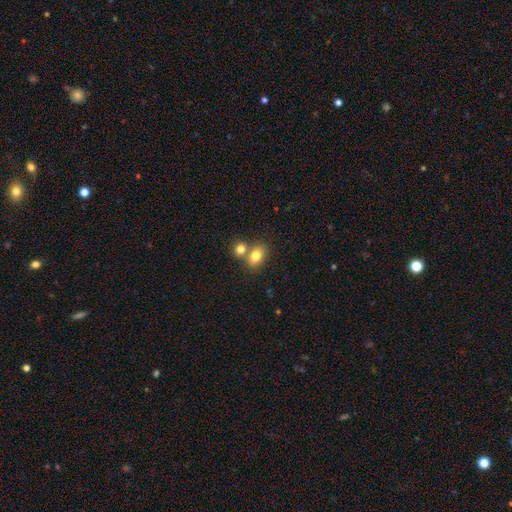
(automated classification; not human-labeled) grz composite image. It shows a smooth galaxy with no disk features (80%) that is in between round and cigar-shaped (64%). Merging: none (50%).